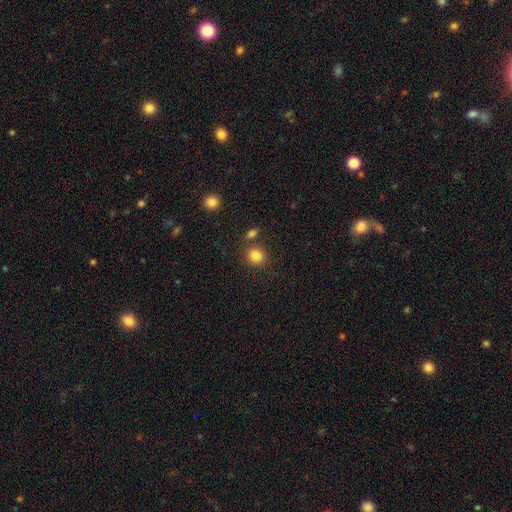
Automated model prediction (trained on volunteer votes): smooth 84%, star or artifact 11%, featured or disk 5%. Down the decision tree: how rounded — round (84%); merging — none (75%).